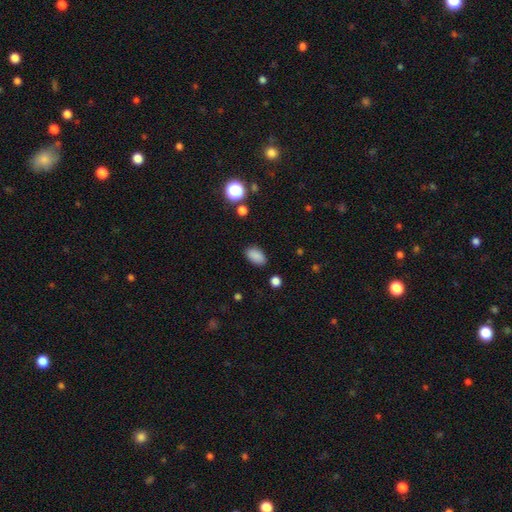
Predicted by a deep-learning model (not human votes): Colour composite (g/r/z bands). It shows a smooth galaxy with no disk features (87%) that is in between round and cigar-shaped (91%). Merging: none (85%).